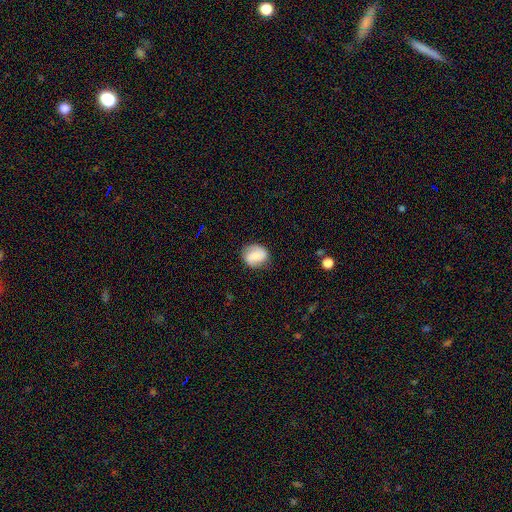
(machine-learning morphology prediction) Q: Smooth or featured?
A: smooth (46%); tied with: featured or disk (46%)
Q: Merging?
A: none (78%); runner-up: minor disturbance (16%)